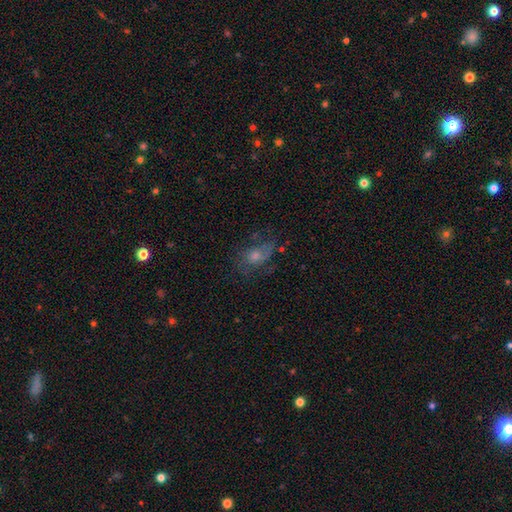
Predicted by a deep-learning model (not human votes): smooth_or_featured: featured or disk (p=0.49) [alt: smooth p=0.32]
merging: none (p=0.59) [alt: minor disturbance p=0.21]